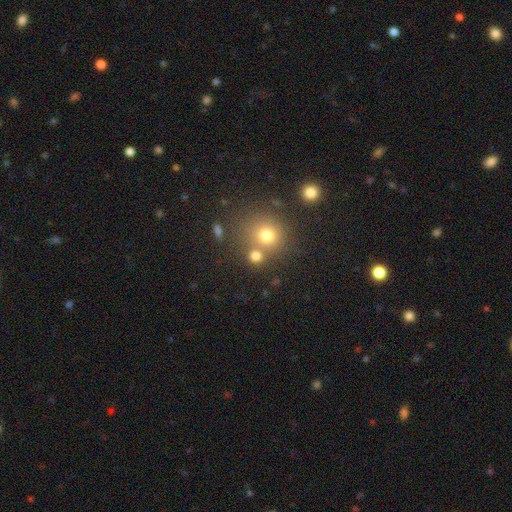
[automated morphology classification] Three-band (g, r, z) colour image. It shows a smooth galaxy with no disk features (74%) that is round (82%). Merging: none (61%).